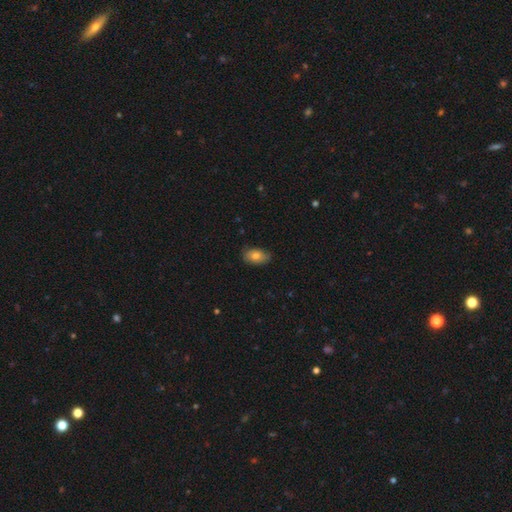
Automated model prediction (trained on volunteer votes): Smooth or featured? smooth (79%)
How rounded? in between (92%)
Merging? none (81%)